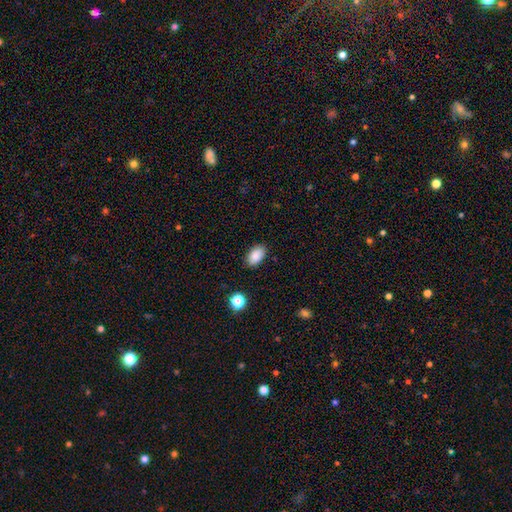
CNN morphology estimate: This is clearly a smooth galaxy (88%). How rounded: clearly in between (92%). Merging: clearly none (86%).